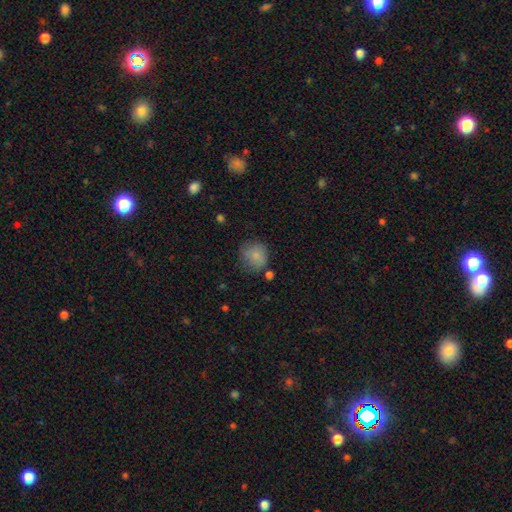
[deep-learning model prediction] A smooth galaxy with no disk features (82%) that is round (82%). Merging: none (65%).